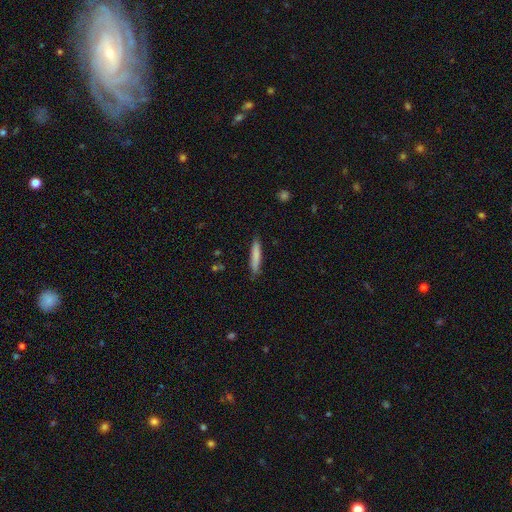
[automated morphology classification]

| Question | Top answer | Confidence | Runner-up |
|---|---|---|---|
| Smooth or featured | smooth | 81% | featured or disk (13%) |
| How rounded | cigar-shaped | 90% | in between (9%) |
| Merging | none | 85% | minor disturbance (12%) |